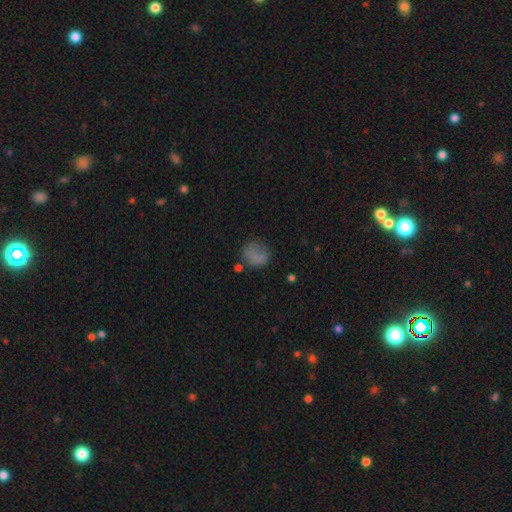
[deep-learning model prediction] smooth-or-featured: smooth: 72% | featured or disk: 14% | star or artifact: 14%
  how-rounded: round: 73% | in between: 26% | cigar-shaped: 1%
  merging: none: 53% | minor disturbance: 24% | major disturbance: 17% | merger: 5%